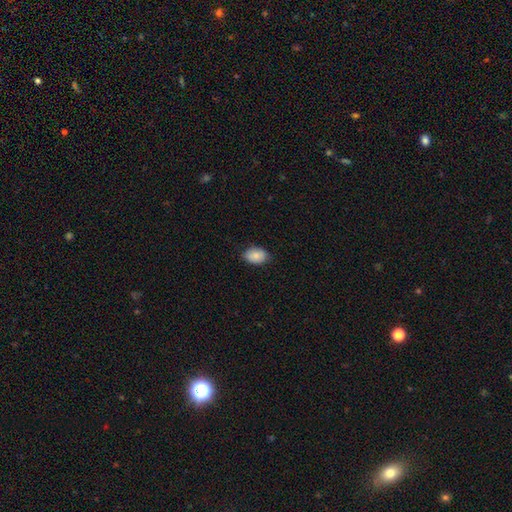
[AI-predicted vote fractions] A smooth galaxy with no disk features (82%) that is in between round and cigar-shaped (84%).

Vote fractions:
- Smooth or featured? smooth: 82% / featured or disk: 11% / star or artifact: 7%
- How rounded? in between: 84% / round: 15% / cigar-shaped: 1%
- Merging? none: 80% / minor disturbance: 16% / major disturbance: 2% / merger: 1%